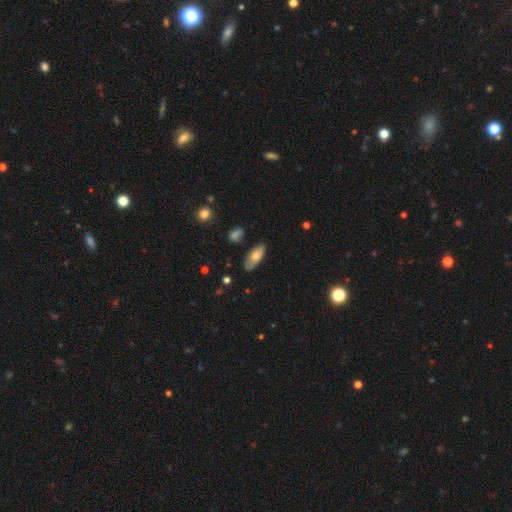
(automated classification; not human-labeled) smooth_or_featured: smooth (p=0.69) [alt: featured or disk p=0.24]
how_rounded: in between (p=0.78) [alt: cigar-shaped p=0.19]
merging: none (p=0.79) [alt: minor disturbance p=0.16]